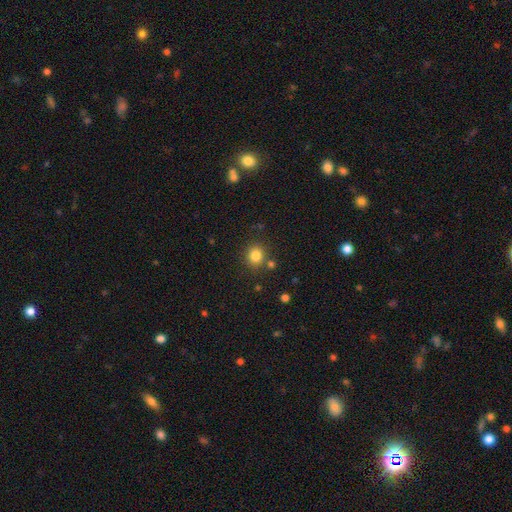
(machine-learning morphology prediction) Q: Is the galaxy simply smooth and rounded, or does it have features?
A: smooth — 82%.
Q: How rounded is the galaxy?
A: round — 81%.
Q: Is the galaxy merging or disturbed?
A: none — 80%.